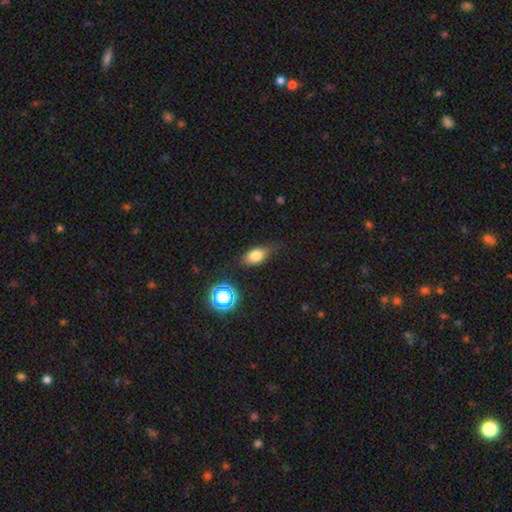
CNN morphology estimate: This appears to be a smooth galaxy with no disk features (75%) that is in between round and cigar-shaped (77%). Merging: none (65%).